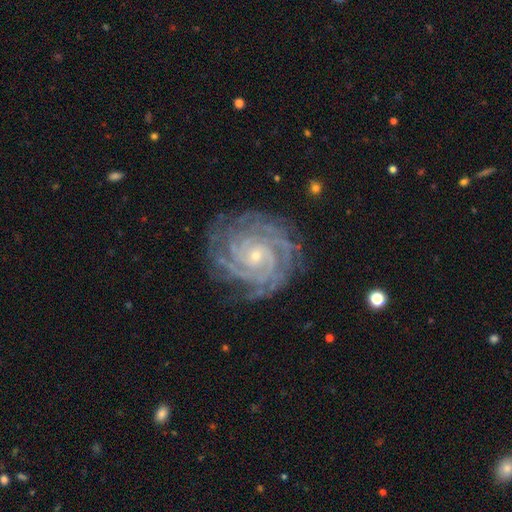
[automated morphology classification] A featured or disk galaxy (91%) with no bar (72%), 4 (25%) tight (84%) spiral arms (99%) and a small central bulge (80%). Merging: none (80%).